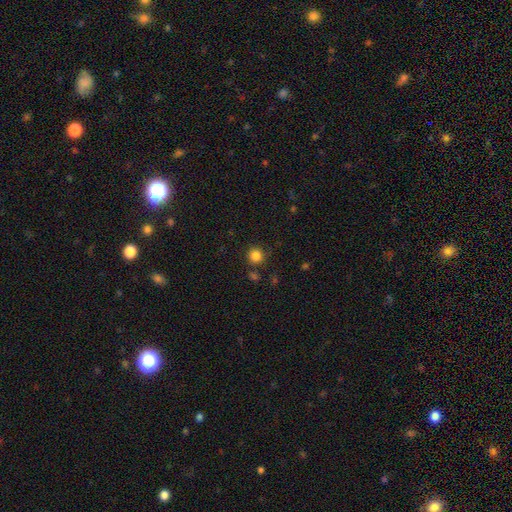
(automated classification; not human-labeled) Smooth or featured: smooth — 84% (star or artifact — 11%)
How rounded: round — 93% (in between — 6%)
Merging: none — 84% (minor disturbance — 9%)